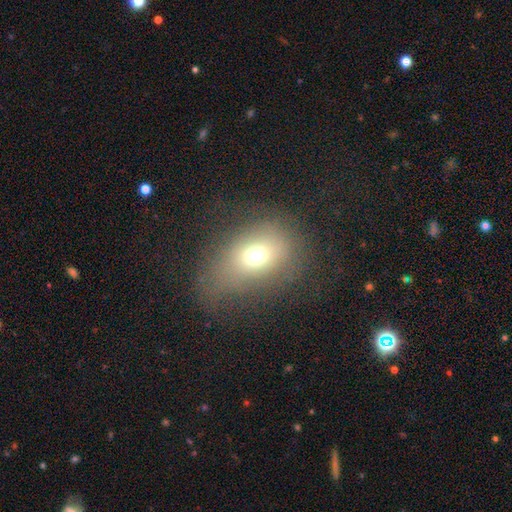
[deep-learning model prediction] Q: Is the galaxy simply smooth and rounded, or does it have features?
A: smooth — 67%.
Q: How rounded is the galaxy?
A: in between — 59%.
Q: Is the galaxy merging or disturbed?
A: none — 59%.